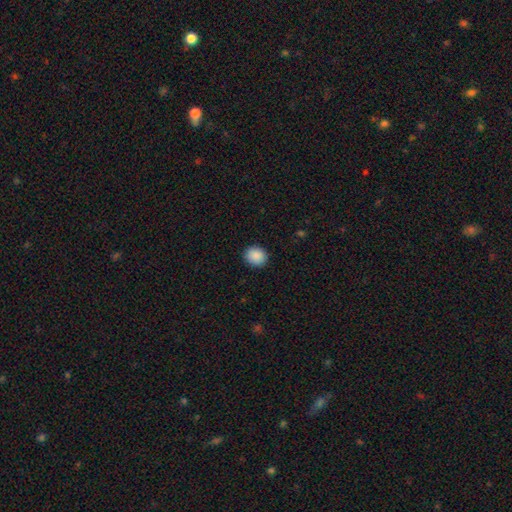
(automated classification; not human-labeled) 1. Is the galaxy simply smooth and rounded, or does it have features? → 90% smooth, 8% star or artifact, 3% featured or disk.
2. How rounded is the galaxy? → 71% round, 28% in between, 1% cigar-shaped.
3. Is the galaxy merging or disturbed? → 90% none, 7% minor disturbance, 2% major disturbance, 1% merger.